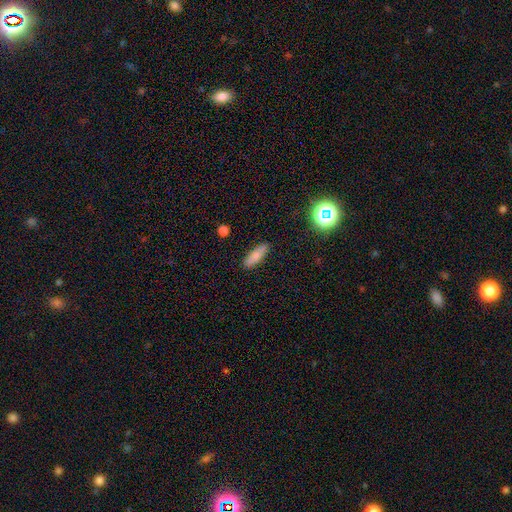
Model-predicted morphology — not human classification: smooth 80%, featured or disk 12%, star or artifact 8%. Down the decision tree: how rounded — cigar-shaped (52%); merging — none (88%).